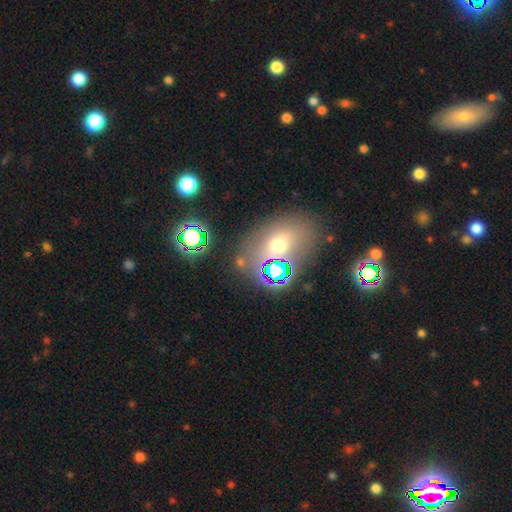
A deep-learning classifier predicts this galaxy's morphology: This is marginally a star or artifact rather than a galaxy (38%).